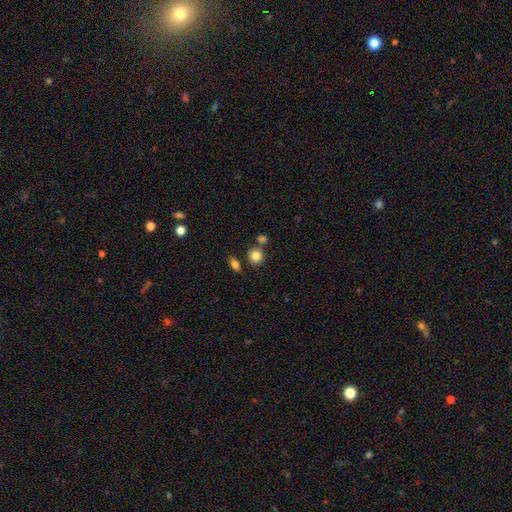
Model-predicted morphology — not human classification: Smooth or featured? Predicted: smooth (p=0.84). How rounded? Predicted: round (p=0.85). Merging? Predicted: none (p=0.75).